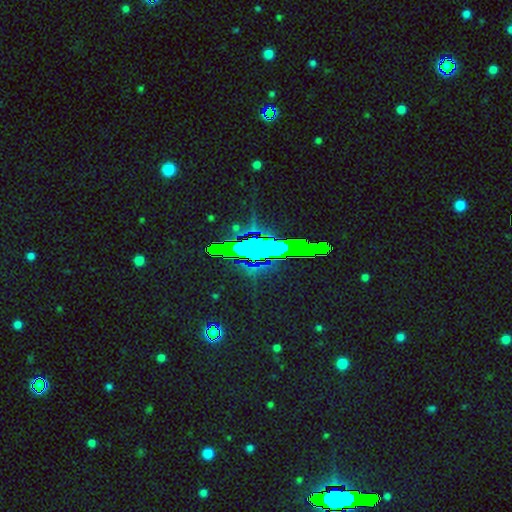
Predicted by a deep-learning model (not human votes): A star or artifact, not a galaxy (73%).

Vote fractions:
- Smooth or featured? star or artifact: 73% / smooth: 16% / featured or disk: 11%